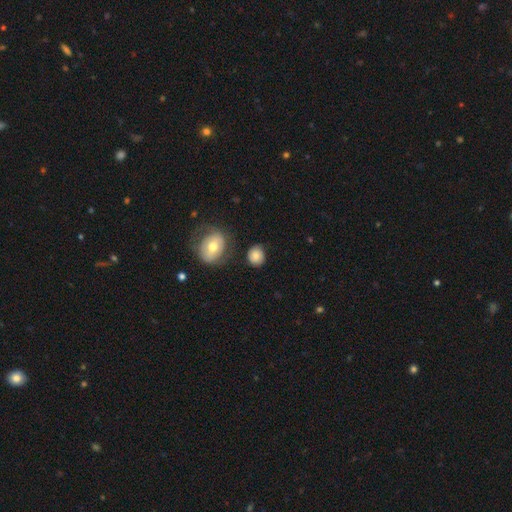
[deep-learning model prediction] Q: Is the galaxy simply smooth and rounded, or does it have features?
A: smooth — 80%.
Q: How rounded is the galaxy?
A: round — 76%.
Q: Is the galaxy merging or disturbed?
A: none — 72%.